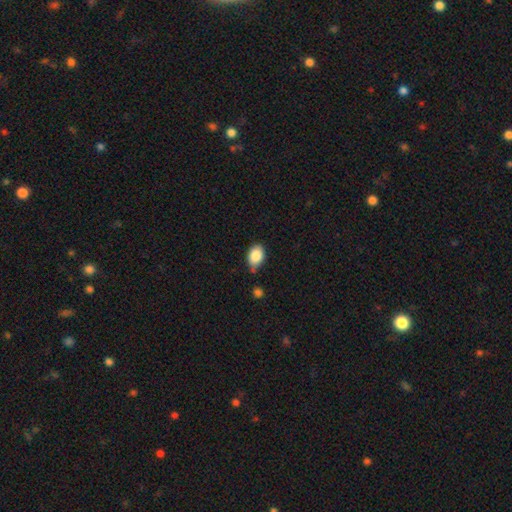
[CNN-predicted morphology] Smooth or featured: smooth — 87% (star or artifact — 8%)
How rounded: in between — 77% (round — 22%)
Merging: none — 64% (minor disturbance — 24%)